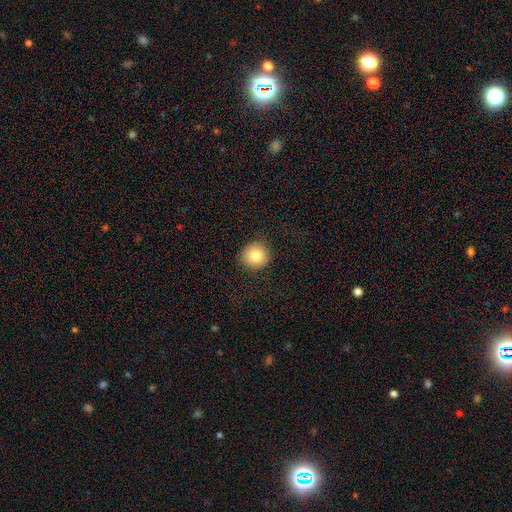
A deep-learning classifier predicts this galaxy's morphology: Smooth or featured? Predicted: smooth (p=0.83). How rounded? Predicted: round (p=0.93). Merging? Predicted: none (p=0.90).